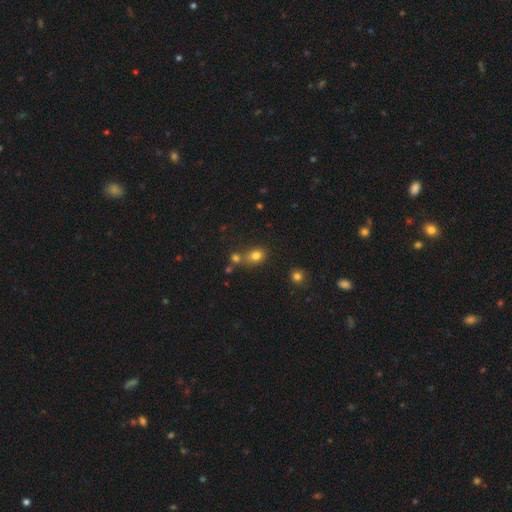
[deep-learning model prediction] A smooth galaxy with no disk features (78%) that is round (55%).

Vote fractions:
- Smooth or featured? smooth: 78% / star or artifact: 15% / featured or disk: 8%
- How rounded? round: 55% / in between: 44% / cigar-shaped: 1%
- Merging? none: 55% / merger: 29% / minor disturbance: 11% / major disturbance: 4%